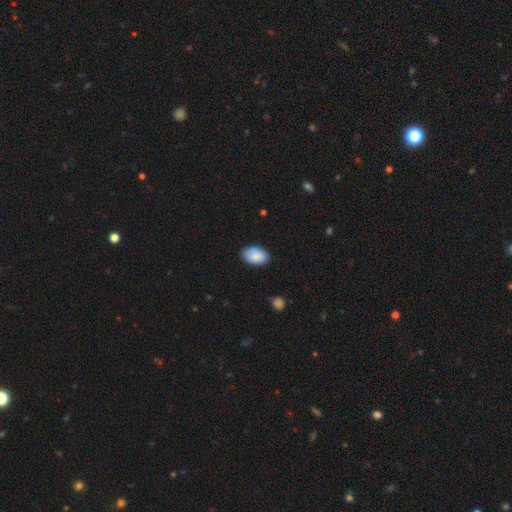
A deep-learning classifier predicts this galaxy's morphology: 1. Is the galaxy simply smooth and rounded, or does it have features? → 87% smooth, 6% star or artifact, 6% featured or disk.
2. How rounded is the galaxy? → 92% in between, 7% round, 1% cigar-shaped.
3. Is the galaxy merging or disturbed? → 83% none, 13% minor disturbance, 2% major disturbance, 1% merger.